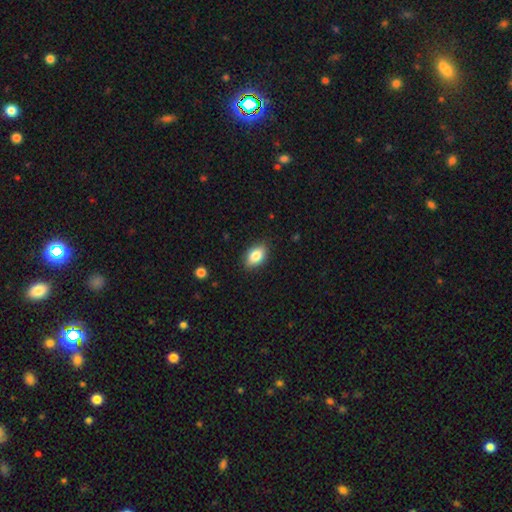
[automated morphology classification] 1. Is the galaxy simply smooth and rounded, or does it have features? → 83% smooth, 9% featured or disk, 8% star or artifact.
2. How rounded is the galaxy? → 88% in between, 9% round, 3% cigar-shaped.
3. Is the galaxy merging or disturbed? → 87% none, 10% minor disturbance, 2% major disturbance, 1% merger.